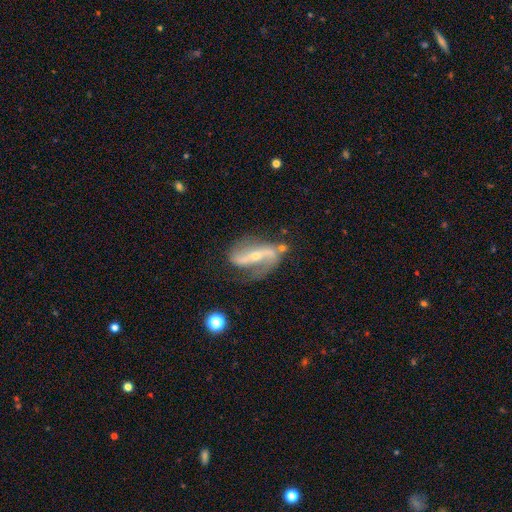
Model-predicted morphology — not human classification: This is clearly a featured or disk galaxy (86%). It is clearly not viewed edge-on (92%). Bar: possibly strong (58%). Spiral arm pattern: clearly yes (93%). Spiral arm count: clearly 2 (86%). Spiral winding: possibly loose (57%). Central bulge: likely small (65%). Merging: likely none (62%).